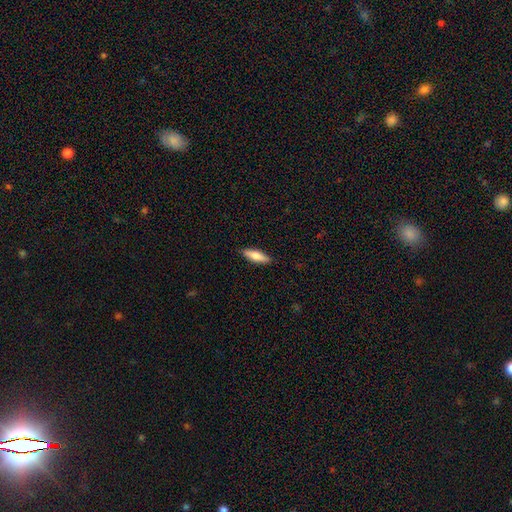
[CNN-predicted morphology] The model was most divided on "how rounded": cigar-shaped: 52%, in between: 46%, round: 2%. More confident: merging — none (89%); smooth or featured — smooth (72%).